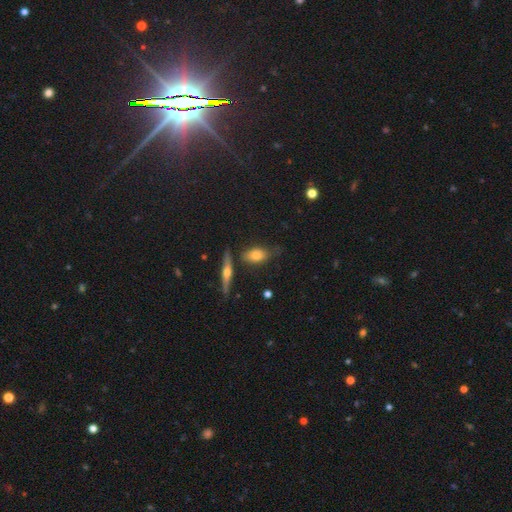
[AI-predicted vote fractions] The model was most divided on "merging": none: 62%, minor disturbance: 24%, merger: 7%, major disturbance: 7%. More confident: how rounded — in between (82%); smooth or featured — smooth (70%).